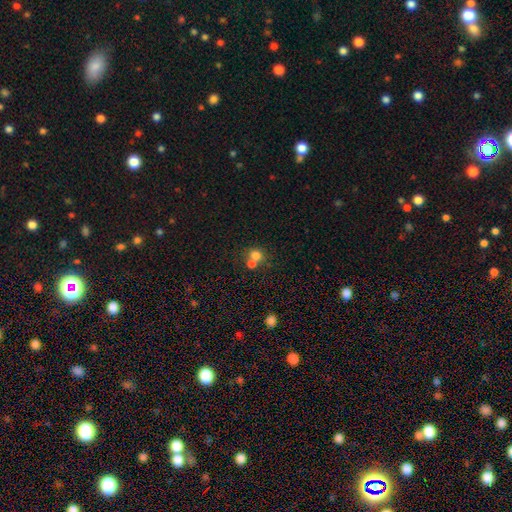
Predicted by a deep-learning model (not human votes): Smooth or featured? Predicted: smooth (p=0.74). How rounded? Predicted: round (p=0.77). Merging? Predicted: merger (p=0.48).